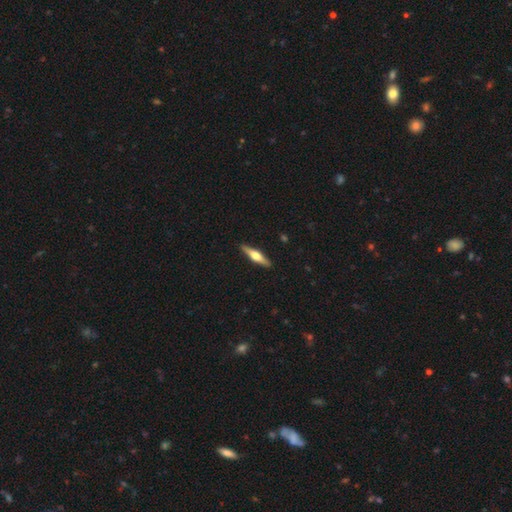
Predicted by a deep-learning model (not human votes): This is likely a featured or disk galaxy (63%). It is clearly viewed edge-on (97%). Edge-on bulge: clearly rounded (93%). Merging: clearly none (91%).